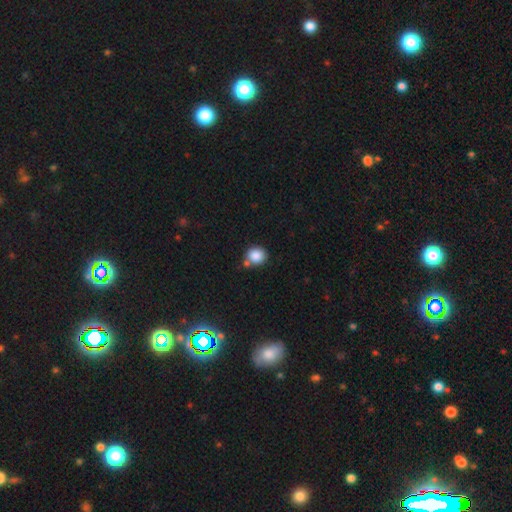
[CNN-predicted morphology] Q: Smooth or featured?
A: smooth (86%); runner-up: star or artifact (10%)
Q: How rounded?
A: round (81%); runner-up: in between (18%)
Q: Merging?
A: none (66%); runner-up: merger (18%)